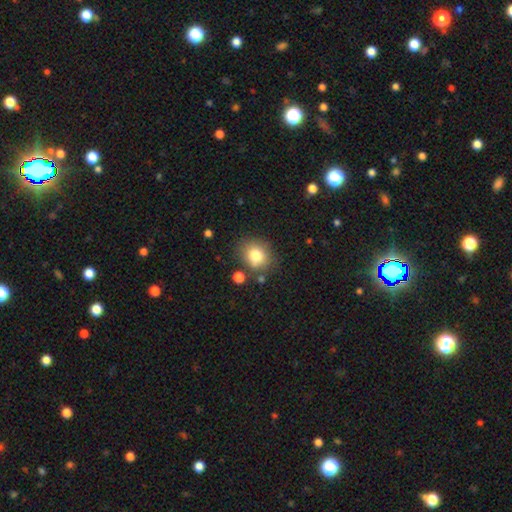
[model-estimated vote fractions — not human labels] Smooth or featured? smooth (79%)
How rounded? round (65%)
Merging? none (74%)